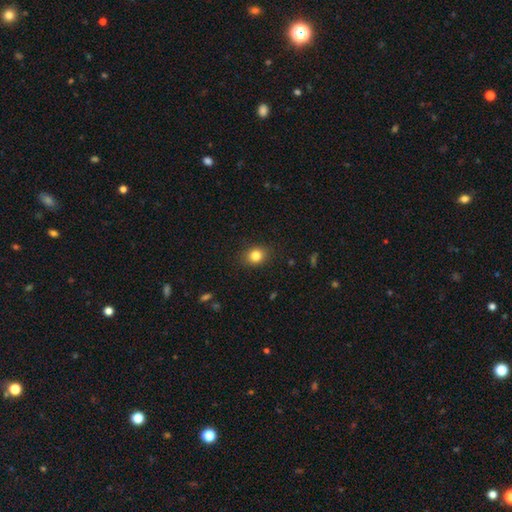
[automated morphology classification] This is clearly a smooth galaxy (83%). How rounded: possibly round (56%). Merging: clearly none (86%).